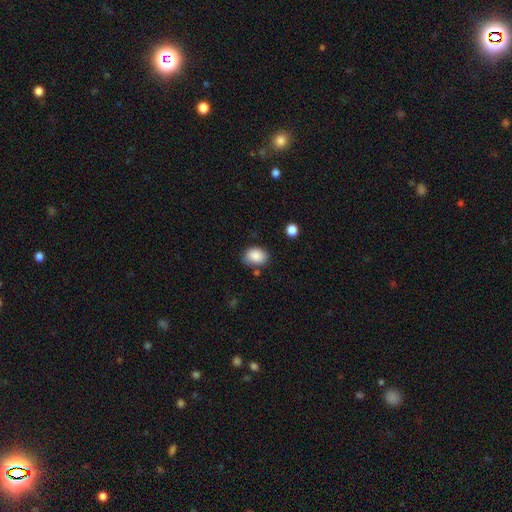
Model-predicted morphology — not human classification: smooth-or-featured: smooth: 87% | star or artifact: 8% | featured or disk: 5%
  how-rounded: in between: 68% | round: 31% | cigar-shaped: 1%
  merging: none: 71% | minor disturbance: 20% | merger: 4% | major disturbance: 4%